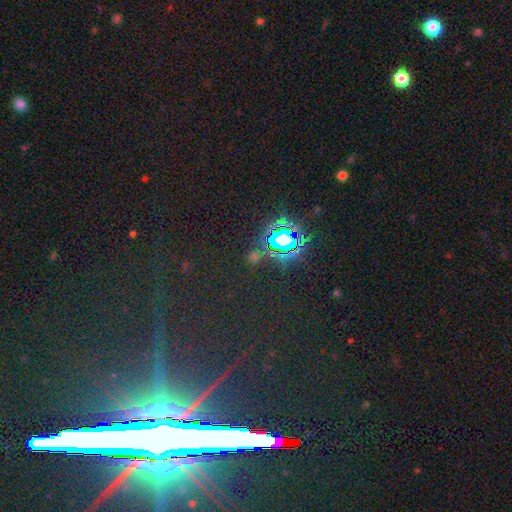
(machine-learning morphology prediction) This appears to be a star or artifact, not a galaxy (75%).